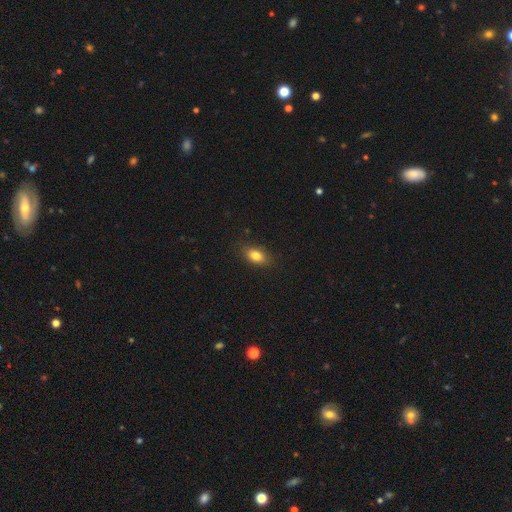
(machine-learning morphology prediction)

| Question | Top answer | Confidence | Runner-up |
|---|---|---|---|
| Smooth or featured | smooth | 82% | featured or disk (9%) |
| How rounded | in between | 85% | round (11%) |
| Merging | none | 84% | minor disturbance (13%) |